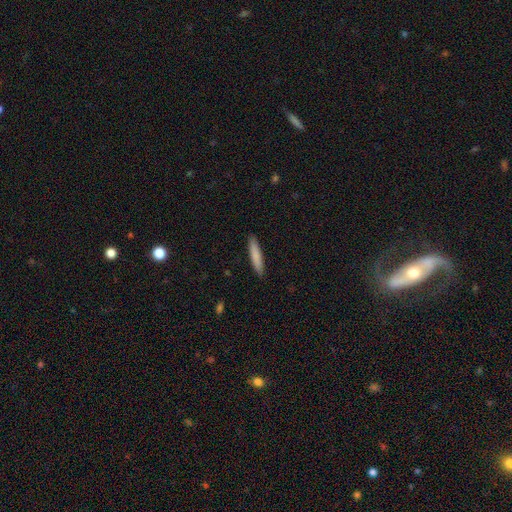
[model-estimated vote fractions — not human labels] Morphology: type=smooth (81%); roundness=cigar-shaped (90%); merging=none (90%).